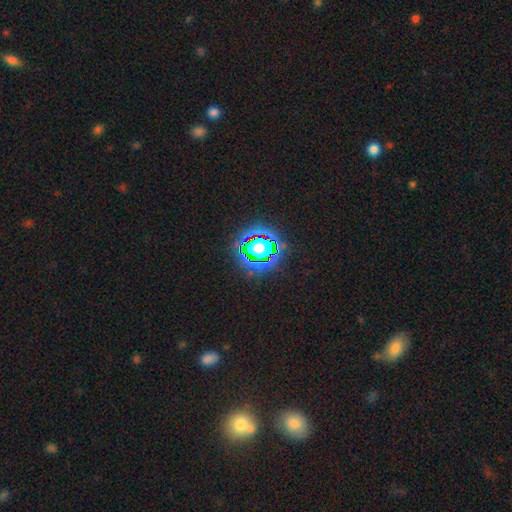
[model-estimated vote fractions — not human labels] This appears to be a star or artifact, not a galaxy (75%).